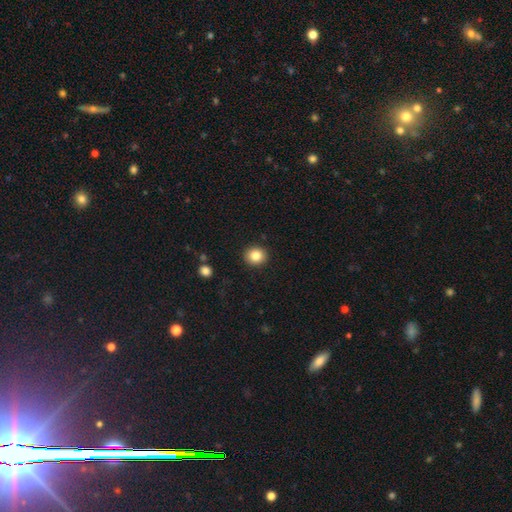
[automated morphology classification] smooth 84%, star or artifact 10%, featured or disk 6%. Down the decision tree: how rounded — round (82%); merging — none (91%).